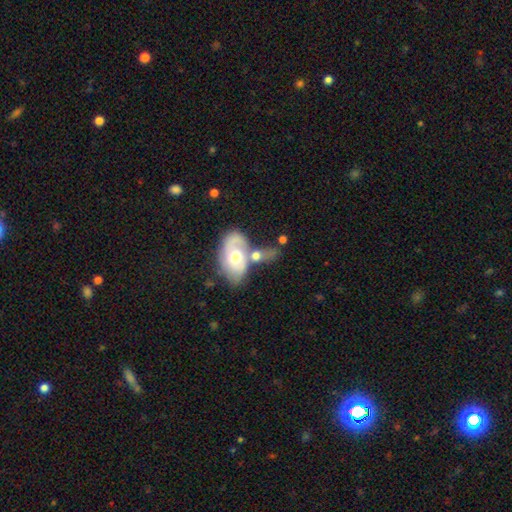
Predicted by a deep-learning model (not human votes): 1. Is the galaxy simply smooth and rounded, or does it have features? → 51% featured or disk, 42% smooth, 7% star or artifact.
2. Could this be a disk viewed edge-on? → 90% no, 10% yes.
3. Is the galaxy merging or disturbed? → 46% merger, 27% none, 15% minor disturbance, 12% major disturbance.